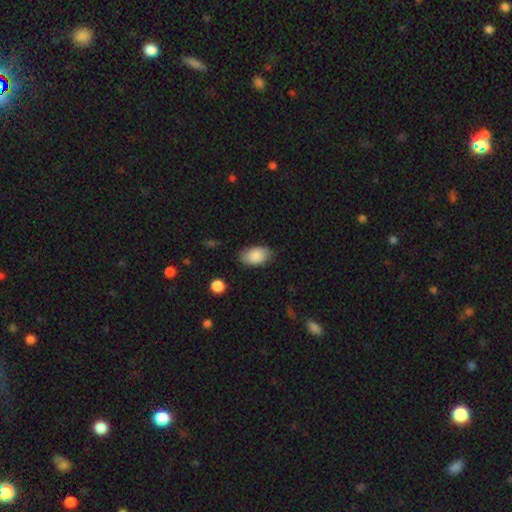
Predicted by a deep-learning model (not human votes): This is clearly a smooth galaxy (88%). How rounded: clearly in between (91%). Merging: likely none (80%).